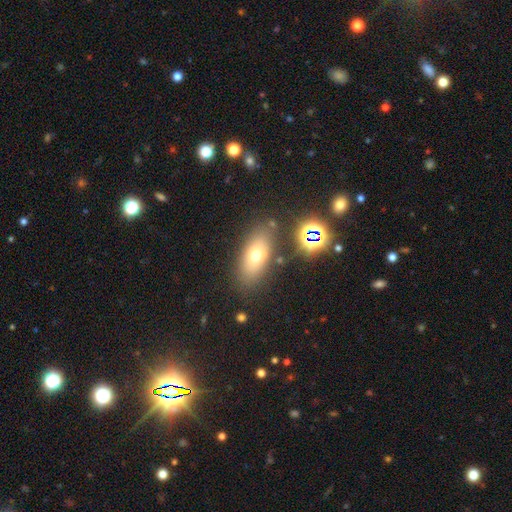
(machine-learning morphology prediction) The model was most divided on "smooth or featured": smooth: 64%, featured or disk: 21%, star or artifact: 15%. More confident: how rounded — in between (80%); merging — none (80%).